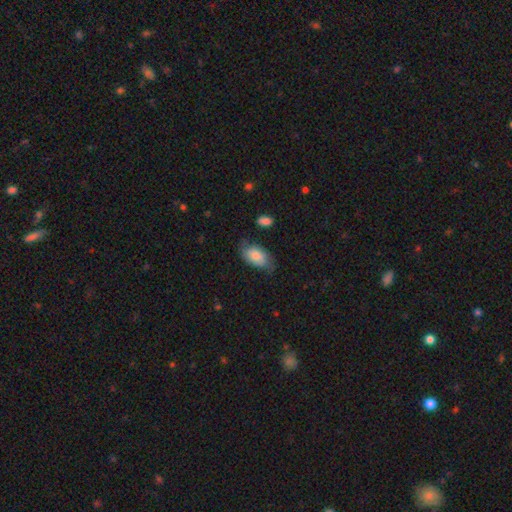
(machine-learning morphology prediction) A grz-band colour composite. It shows a smooth galaxy with no disk features (69%) that is in between round and cigar-shaped (91%). Merging: none (55%).